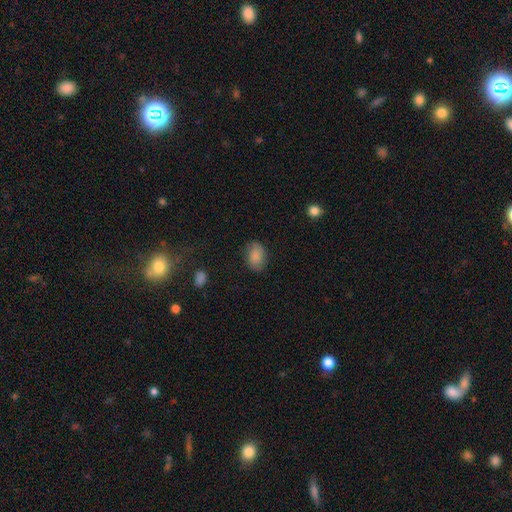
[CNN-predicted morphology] This appears to be a smooth galaxy with no disk features (84%) that is in between round and cigar-shaped (84%). Merging: none (80%).